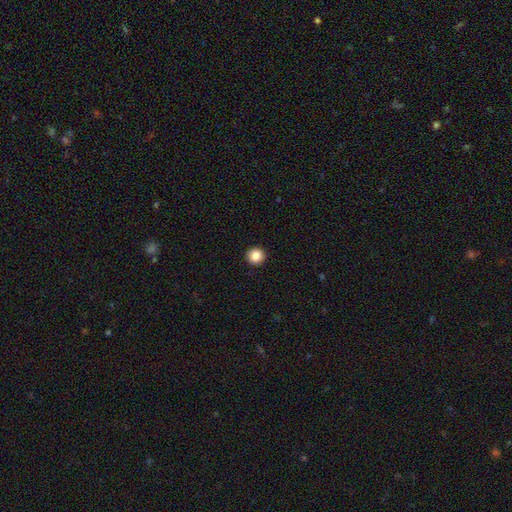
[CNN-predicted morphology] Smooth or featured: smooth — 85% (star or artifact — 10%)
How rounded: round — 93% (in between — 6%)
Merging: none — 93% (minor disturbance — 4%)